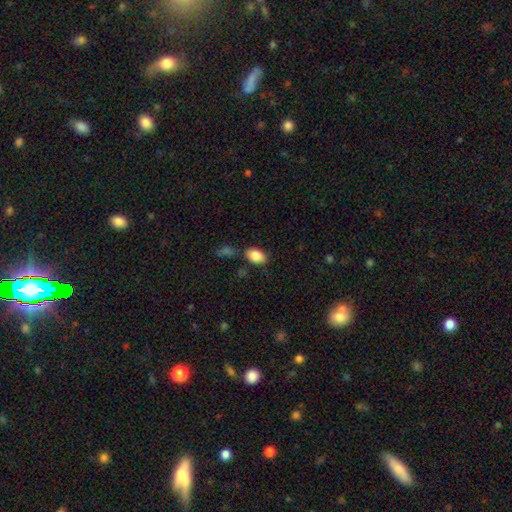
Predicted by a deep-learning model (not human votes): This is clearly a smooth galaxy (86%). How rounded: clearly in between (86%). Merging: likely none (79%).